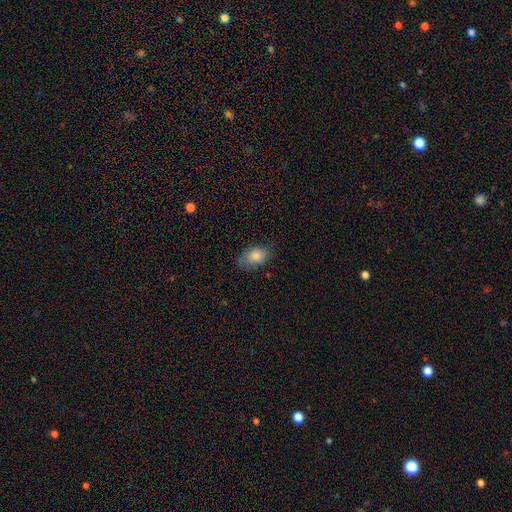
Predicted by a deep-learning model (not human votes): smooth-or-featured: smooth: 82% | featured or disk: 10% | star or artifact: 8%
  how-rounded: in between: 84% | round: 14% | cigar-shaped: 2%
  merging: none: 69% | minor disturbance: 24% | major disturbance: 6% | merger: 1%